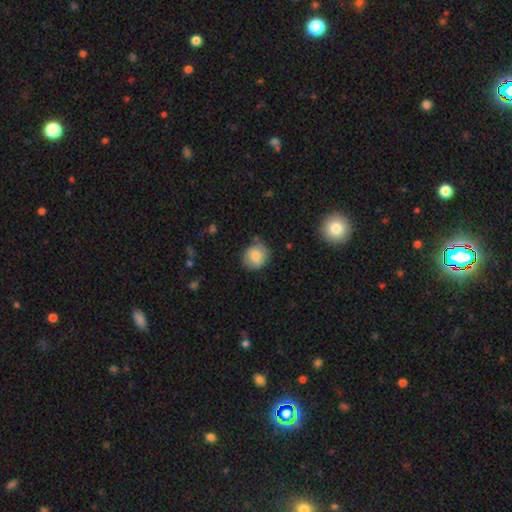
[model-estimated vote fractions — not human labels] Overall: smooth (81%). How rounded: round (77%). Merging: none (74%).